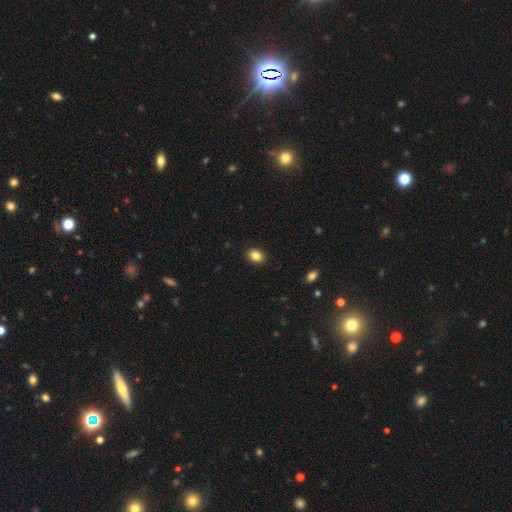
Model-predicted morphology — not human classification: Smooth or featured?
  - smooth: 86% *
  - star or artifact: 9%
  - featured or disk: 5%
How rounded?
  - in between: 73% *
  - round: 25%
  - cigar-shaped: 1%
Merging?
  - none: 90% *
  - minor disturbance: 7%
  - major disturbance: 2%
  - merger: 1%